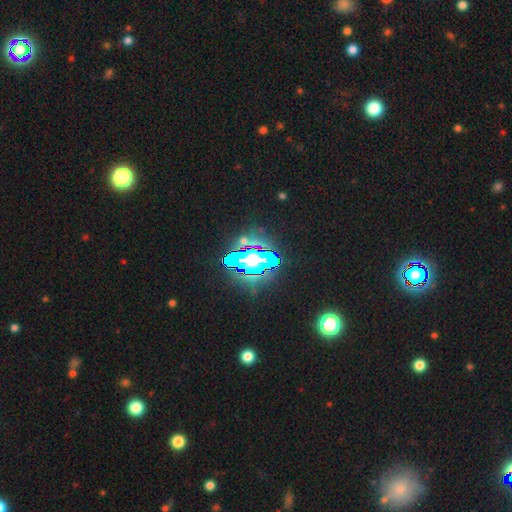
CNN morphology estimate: type=star or artifact (68%).